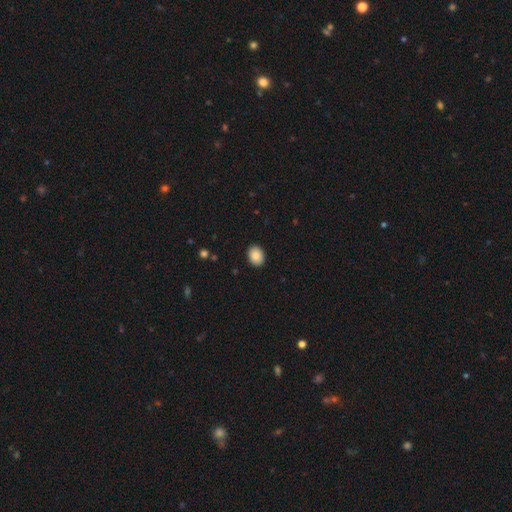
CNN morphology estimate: Smooth or featured? smooth (89%)
How rounded? in between (58%)
Merging? none (90%)